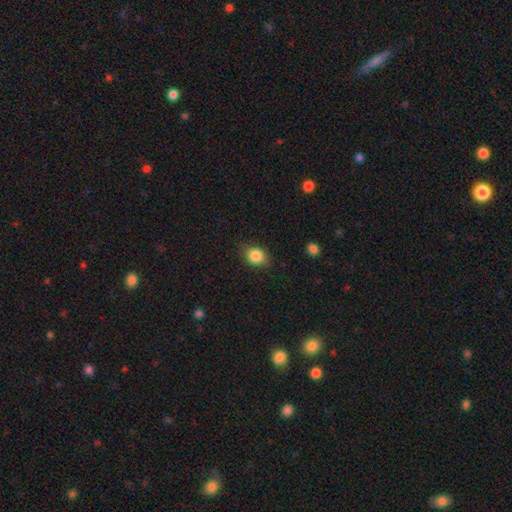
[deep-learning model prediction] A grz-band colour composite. It shows a smooth galaxy with no disk features (86%) that is in between round and cigar-shaped (57%). Merging: none (80%).